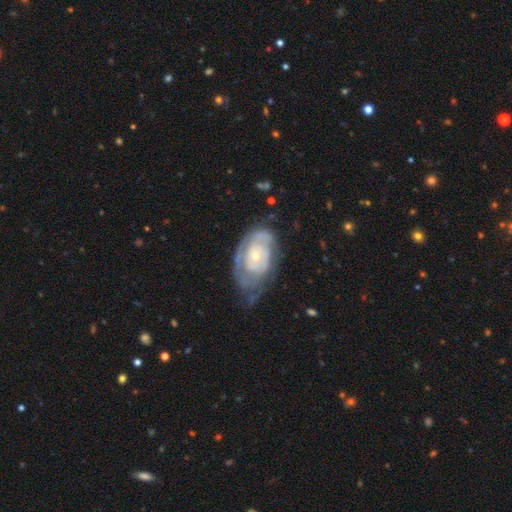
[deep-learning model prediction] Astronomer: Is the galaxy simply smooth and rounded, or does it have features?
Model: featured or disk — 74%.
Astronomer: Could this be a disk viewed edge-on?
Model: no — 95%.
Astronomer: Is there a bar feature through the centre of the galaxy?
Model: no — 83%.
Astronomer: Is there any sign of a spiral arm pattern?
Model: yes — 74%.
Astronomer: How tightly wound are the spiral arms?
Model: tight — 70%.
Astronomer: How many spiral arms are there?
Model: can't tell — 54%.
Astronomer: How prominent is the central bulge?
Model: small — 64%.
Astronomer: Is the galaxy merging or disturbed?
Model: none — 45% (runner-up: minor disturbance, 31%).